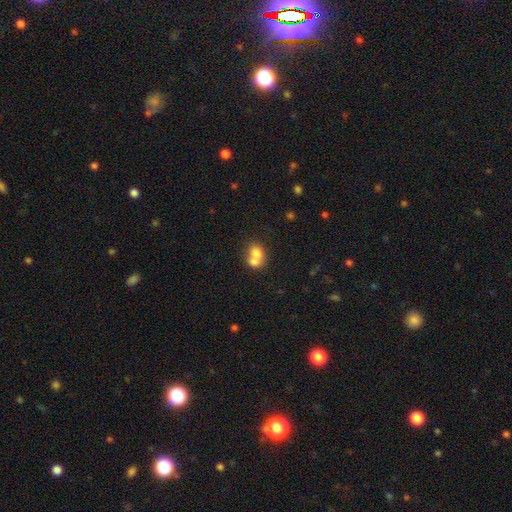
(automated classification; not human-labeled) This appears to be a smooth galaxy with no disk features (71%) that is round (52%). Merging: merger (66%).